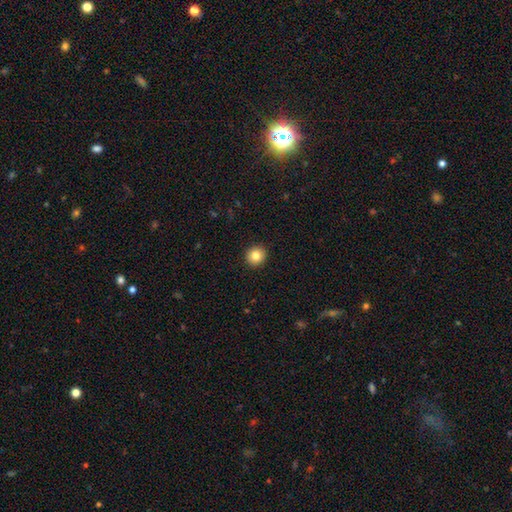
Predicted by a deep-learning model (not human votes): This appears to be a smooth galaxy with no disk features (83%) that is round (91%). Merging: none (93%).